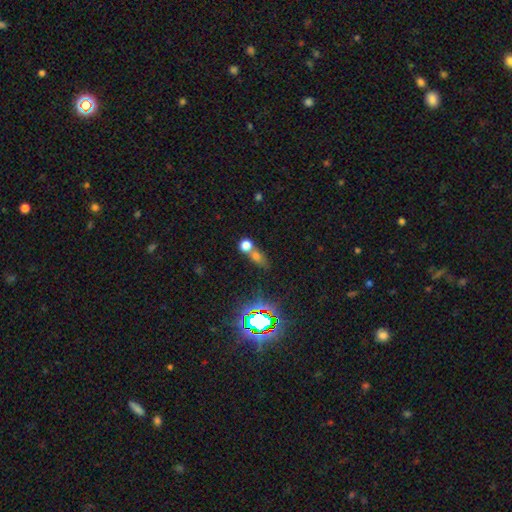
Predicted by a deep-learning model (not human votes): Smooth or featured: smooth — 60% (star or artifact — 28%)
How rounded: round — 55% (in between — 37%)
Merging: merger — 45% (none — 42%)